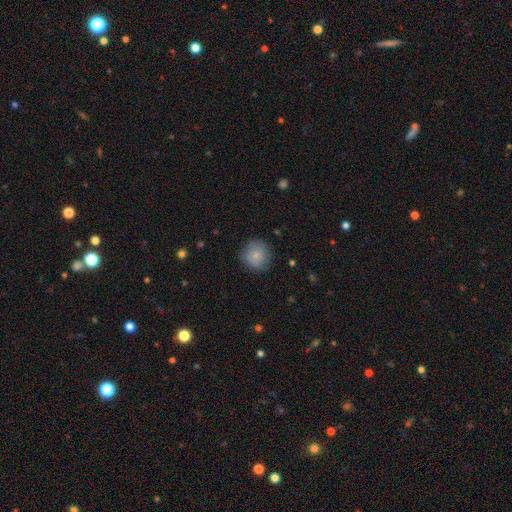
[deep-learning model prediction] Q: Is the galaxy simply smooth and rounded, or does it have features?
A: smooth — 80%.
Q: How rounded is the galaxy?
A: round — 91%.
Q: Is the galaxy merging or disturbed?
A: none — 80%.